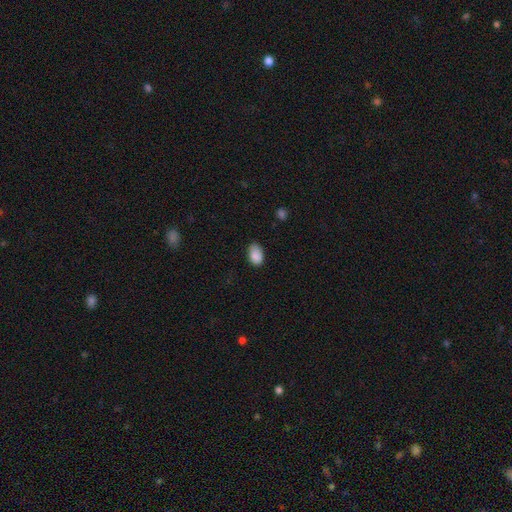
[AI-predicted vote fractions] smooth_or_featured: smooth (p=0.88) [alt: star or artifact p=0.08]
how_rounded: in between (p=0.90) [alt: round p=0.09]
merging: none (p=0.71) [alt: minor disturbance p=0.24]